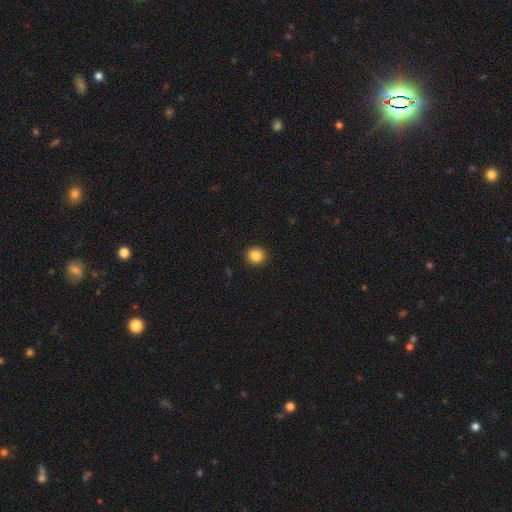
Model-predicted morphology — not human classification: Overall: smooth (85%). How rounded: round (84%). Merging: none (92%).